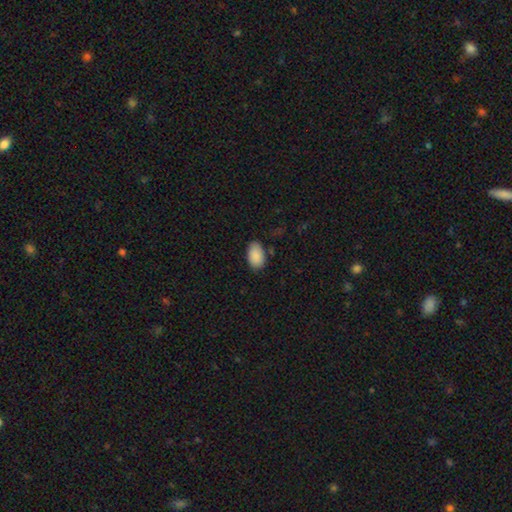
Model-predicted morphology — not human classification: The model was most divided on "merging": none: 79%, minor disturbance: 15%, major disturbance: 3%, merger: 2%. More confident: how rounded — in between (93%); smooth or featured — smooth (90%).